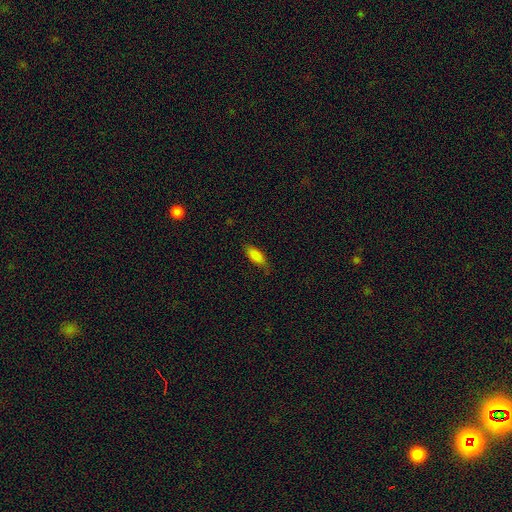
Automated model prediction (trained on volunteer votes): Q: Smooth or featured?
A: smooth (85%); runner-up: featured or disk (8%)
Q: How rounded?
A: in between (73%); runner-up: cigar-shaped (25%)
Q: Merging?
A: none (74%); runner-up: minor disturbance (21%)